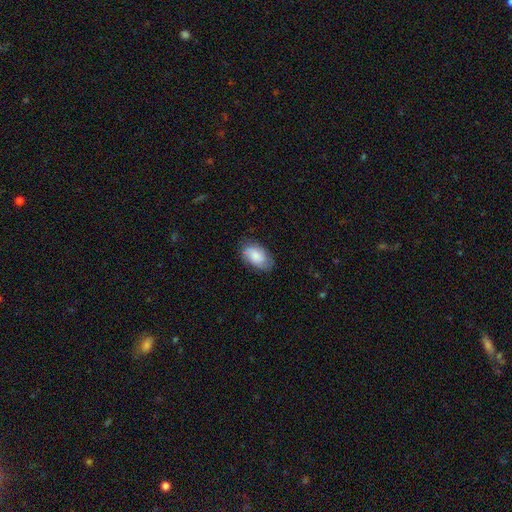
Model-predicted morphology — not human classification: A smooth galaxy with no disk features (77%) that is in between round and cigar-shaped (93%).

Vote fractions:
- Smooth or featured? smooth: 77% / featured or disk: 16% / star or artifact: 7%
- How rounded? in between: 93% / round: 5% / cigar-shaped: 2%
- Merging? none: 76% / minor disturbance: 19% / major disturbance: 4% / merger: 1%